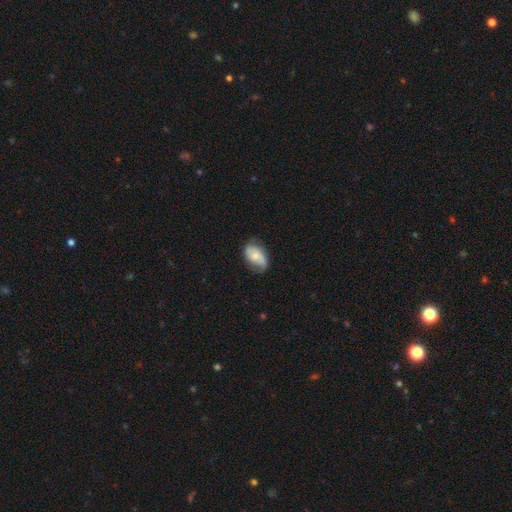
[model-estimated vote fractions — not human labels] Q: Smooth or featured?
A: smooth (50%); runner-up: featured or disk (43%)
Q: Merging?
A: none (60%); runner-up: minor disturbance (29%)